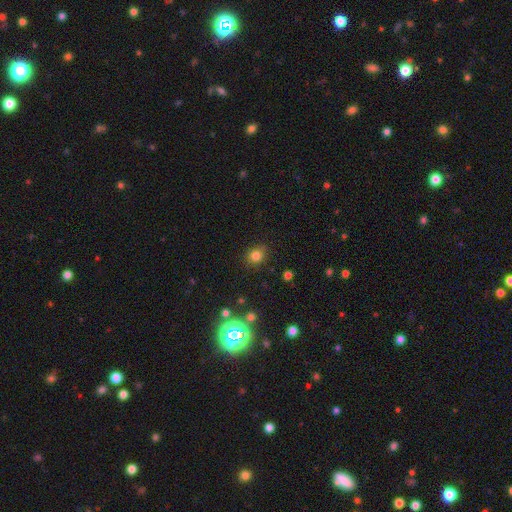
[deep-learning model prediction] Overall: smooth (79%). How rounded: round (72%). Merging: none (84%).